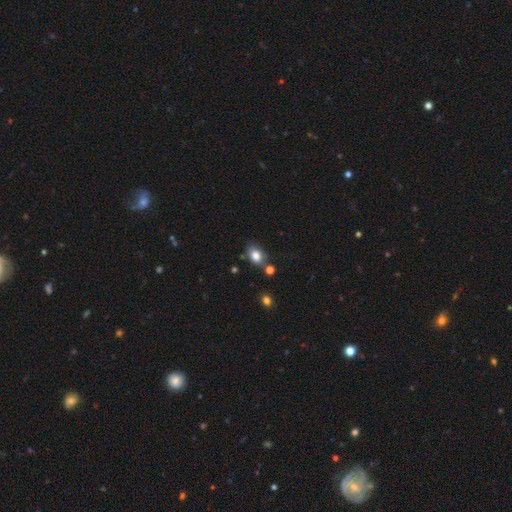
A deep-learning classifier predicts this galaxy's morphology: Smooth or featured? smooth (82%)
How rounded? in between (77%)
Merging? none (67%)